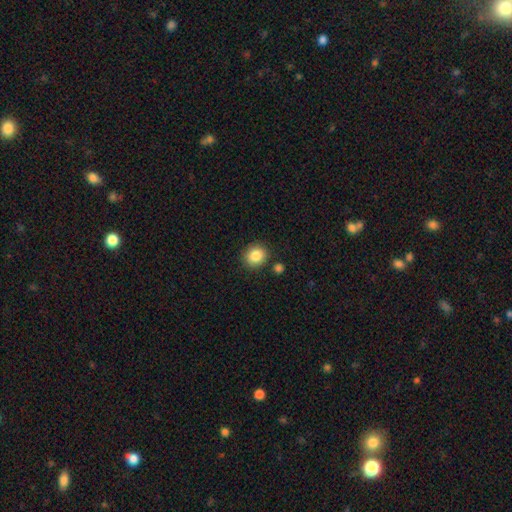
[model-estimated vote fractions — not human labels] Smooth or featured: smooth — 86% (star or artifact — 9%)
How rounded: round — 76% (in between — 24%)
Merging: none — 84% (minor disturbance — 9%)